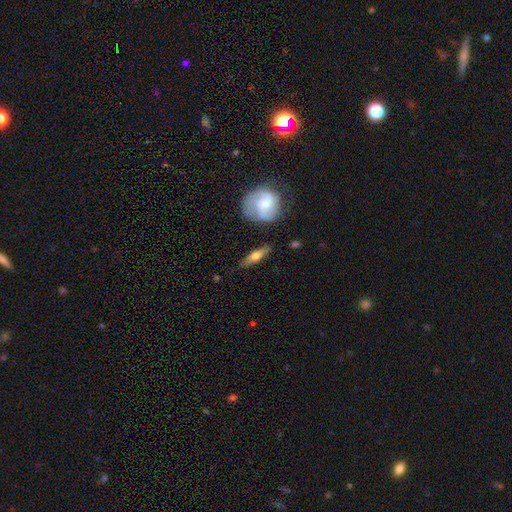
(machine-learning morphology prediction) Overall: smooth (48%; featured or disk 46%). Merging: none (81%).